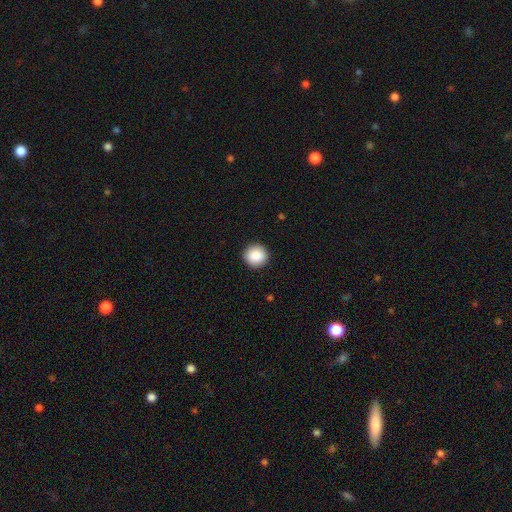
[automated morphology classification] type=smooth (89%); roundness=round (93%); merging=none (92%).